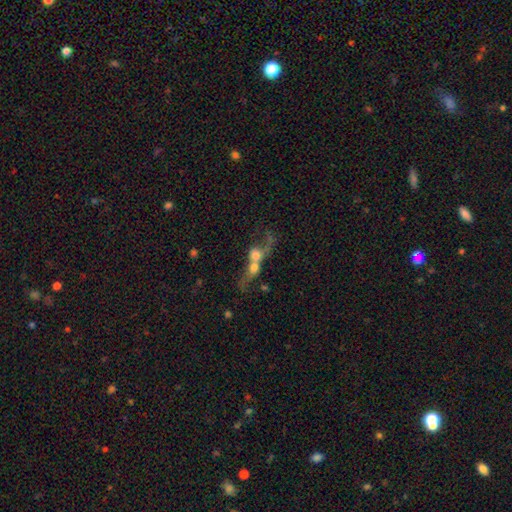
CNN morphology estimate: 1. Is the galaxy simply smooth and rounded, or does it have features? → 50% smooth, 39% featured or disk, 12% star or artifact.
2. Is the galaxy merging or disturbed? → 80% merger, 9% major disturbance, 8% none, 4% minor disturbance.